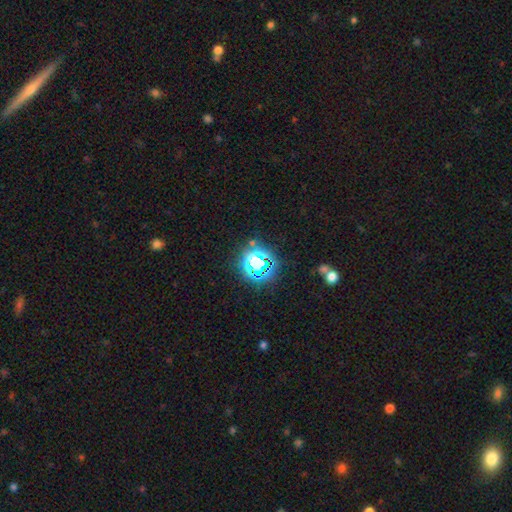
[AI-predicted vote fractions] Smooth or featured? star or artifact (76%)